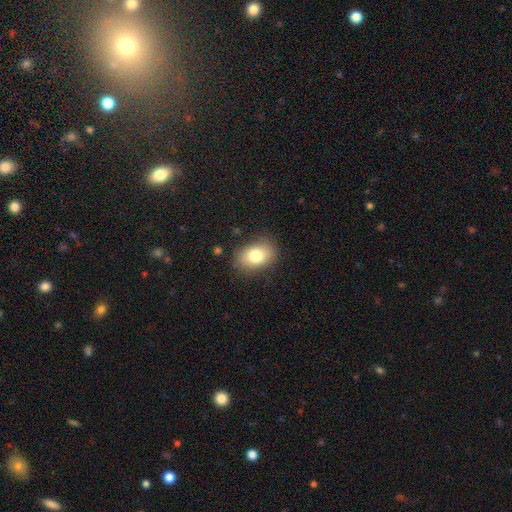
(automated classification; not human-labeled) Smooth or featured? Predicted: smooth (p=0.79). How rounded? Predicted: in between (p=0.80). Merging? Predicted: none (p=0.83).